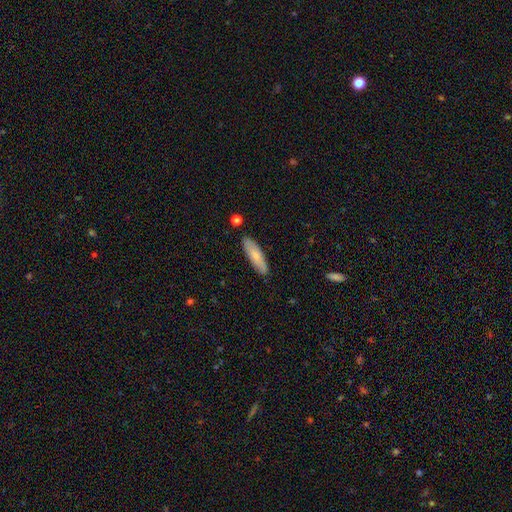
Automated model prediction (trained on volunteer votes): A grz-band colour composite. It shows a smooth galaxy with no disk features (73%) that is cigar-shaped (62%). Merging: none (86%).